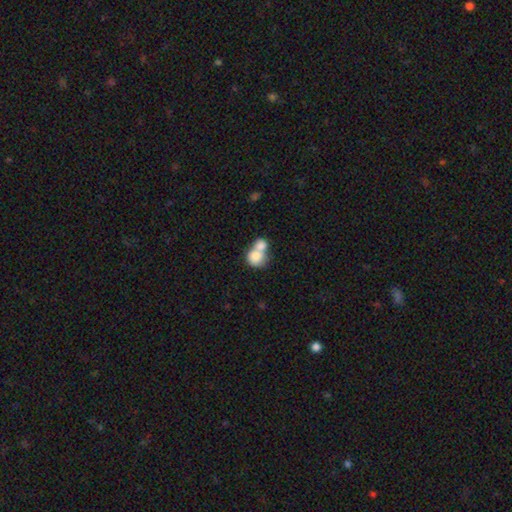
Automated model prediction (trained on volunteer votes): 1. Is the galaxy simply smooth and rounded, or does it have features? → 77% smooth, 15% featured or disk, 8% star or artifact.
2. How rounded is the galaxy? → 70% round, 29% in between, 1% cigar-shaped.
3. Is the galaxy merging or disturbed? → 72% merger, 19% none, 6% minor disturbance, 3% major disturbance.